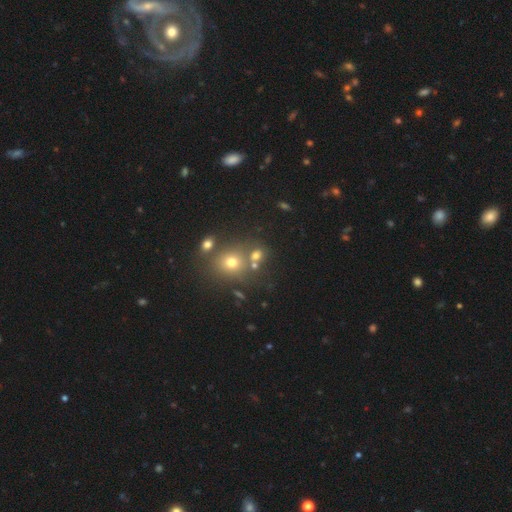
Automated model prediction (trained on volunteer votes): Smooth or featured? Predicted: smooth (p=0.65). How rounded? Predicted: round (p=0.71). Merging? Predicted: none (p=0.56).